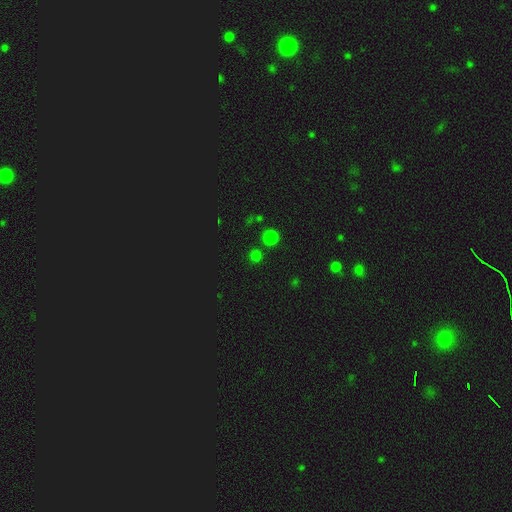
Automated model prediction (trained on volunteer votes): This is likely a smooth galaxy (69%). How rounded: clearly round (93%). Merging: clearly none (83%).